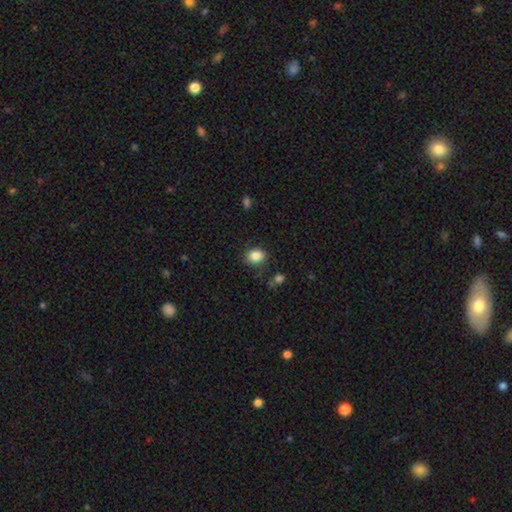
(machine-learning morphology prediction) smooth-or-featured: smooth: 86% | star or artifact: 9% | featured or disk: 5%
  how-rounded: in between: 55% | round: 44% | cigar-shaped: 1%
  merging: none: 80% | minor disturbance: 13% | major disturbance: 4% | merger: 3%